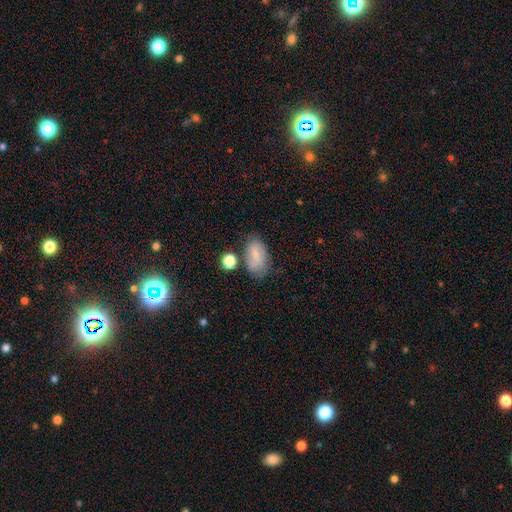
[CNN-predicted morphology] This appears to be a smooth galaxy with no disk features (68%) that is in between round and cigar-shaped (90%). Merging: none (63%).